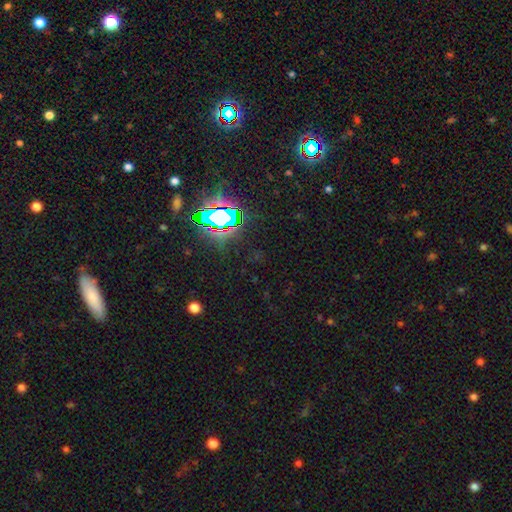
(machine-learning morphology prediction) Smooth or featured: star or artifact — 80% (smooth — 12%)